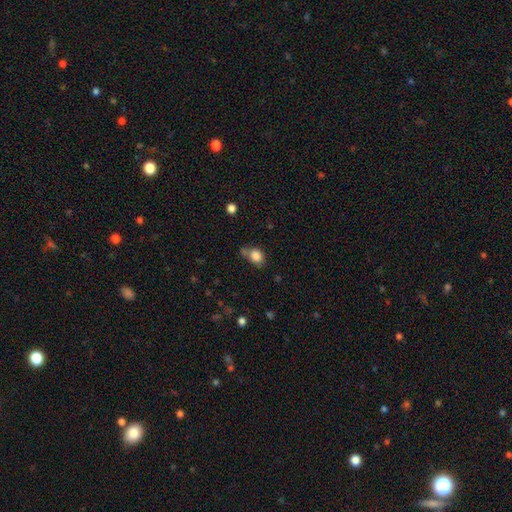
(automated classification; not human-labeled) This is clearly a smooth galaxy (84%). How rounded: possibly in between (54%). Merging: possibly none (51%).